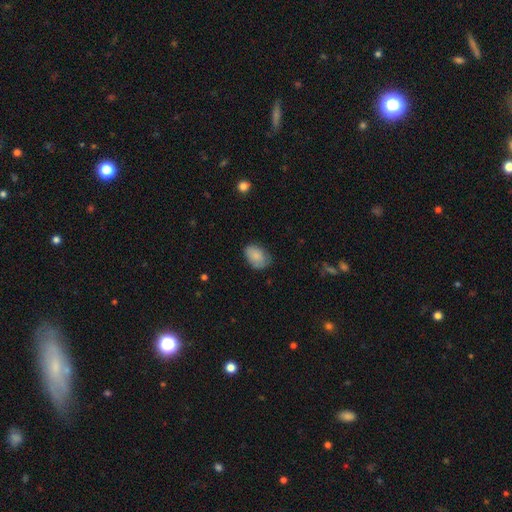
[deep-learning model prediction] smooth 84%, featured or disk 8%, star or artifact 7%. Down the decision tree: how rounded — in between (85%); merging — none (67%).